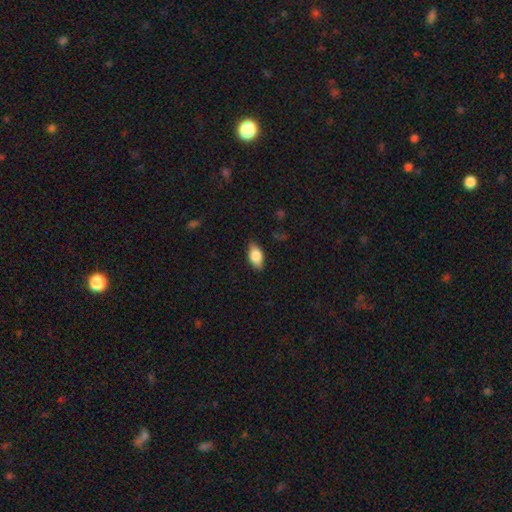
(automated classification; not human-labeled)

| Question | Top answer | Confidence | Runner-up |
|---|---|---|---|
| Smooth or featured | smooth | 78% | featured or disk (15%) |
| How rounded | in between | 89% | round (6%) |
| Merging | none | 83% | minor disturbance (13%) |